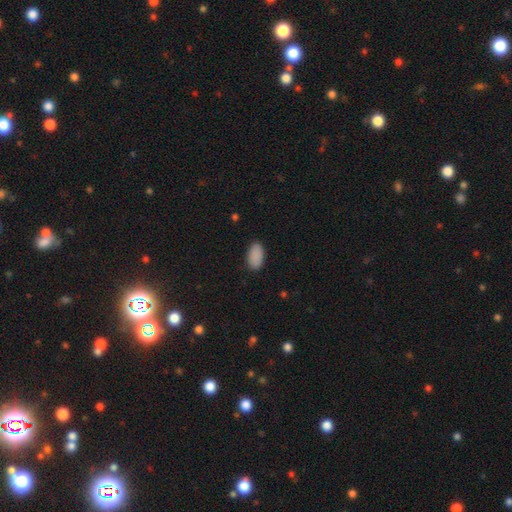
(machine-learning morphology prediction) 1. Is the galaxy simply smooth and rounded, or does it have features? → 90% smooth, 7% star or artifact, 3% featured or disk.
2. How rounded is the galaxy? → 95% in between, 3% round, 2% cigar-shaped.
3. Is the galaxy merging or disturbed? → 87% none, 10% minor disturbance, 2% major disturbance, 1% merger.